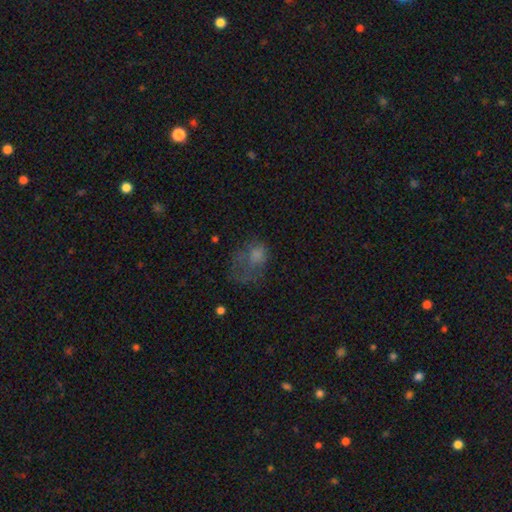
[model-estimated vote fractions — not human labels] Overall: smooth (59%; featured or disk 26%). How rounded: in between (67%; round 31%). Merging: major disturbance (53%; none 24%).